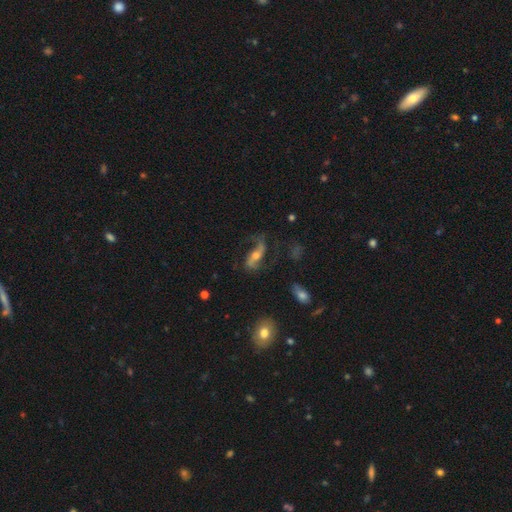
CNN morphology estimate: Smooth or featured? featured or disk (80%)
Edge-on disk? no (91%)
Bar? no (39%)
Spiral arms? yes (93%)
Spiral winding? loose (74%)
Spiral arm count? 2 (88%)
Bulge size? moderate (58%)
Merging? none (60%)